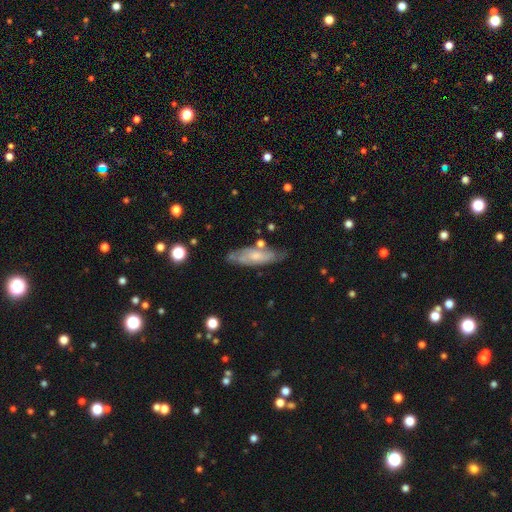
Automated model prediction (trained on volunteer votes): Smooth or featured?
  - featured or disk: 52% *
  - smooth: 42%
  - star or artifact: 6%
Edge-on disk?
  - no: 72% *
  - yes: 28%
Merging?
  - none: 63% *
  - minor disturbance: 24%
  - major disturbance: 7%
  - merger: 6%